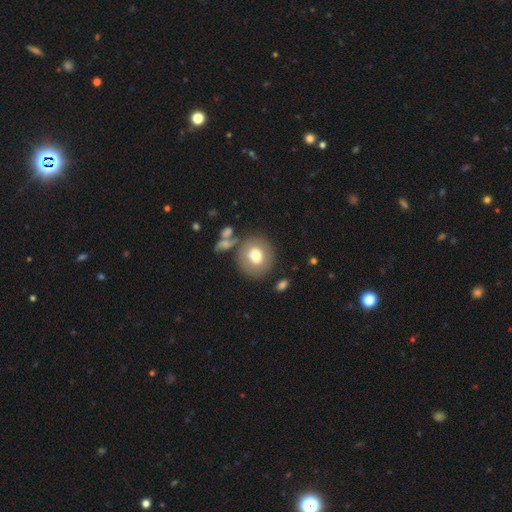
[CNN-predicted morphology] A smooth galaxy with no disk features (70%) that is round (85%).

Vote fractions:
- Smooth or featured? smooth: 70% / featured or disk: 21% / star or artifact: 9%
- How rounded? round: 85% / in between: 14% / cigar-shaped: 1%
- Merging? none: 77% / minor disturbance: 11% / merger: 7% / major disturbance: 5%